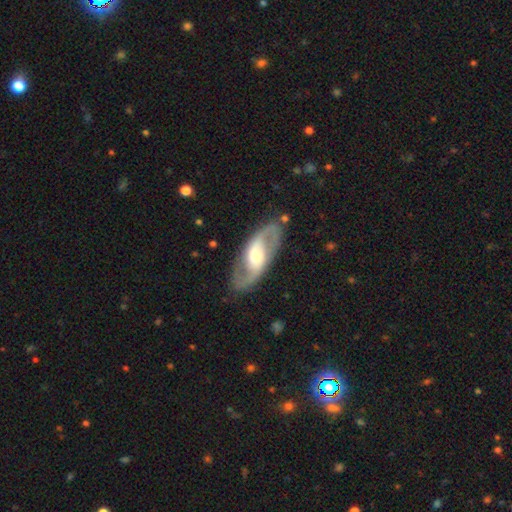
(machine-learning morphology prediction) smooth-or-featured: featured or disk: 84% | smooth: 12% | star or artifact: 4%
  disk-edge-on: no: 94% | yes: 6%
    bar: no: 41% | weak: 37% | strong: 22%
    has-spiral-arms: yes: 92% | no: 8%
      spiral-winding: medium: 48% | loose: 37% | tight: 15%
      spiral-arm-count: 2: 92% | can't tell: 3% | 1: 2% | 3: 1% | 4: 1% | more than 4: 1%
    bulge-size: moderate: 55% | small: 25% | large: 15% | dominant: 2% | none: 2%
  merging: none: 85% | minor disturbance: 10% | major disturbance: 4% | merger: 1%